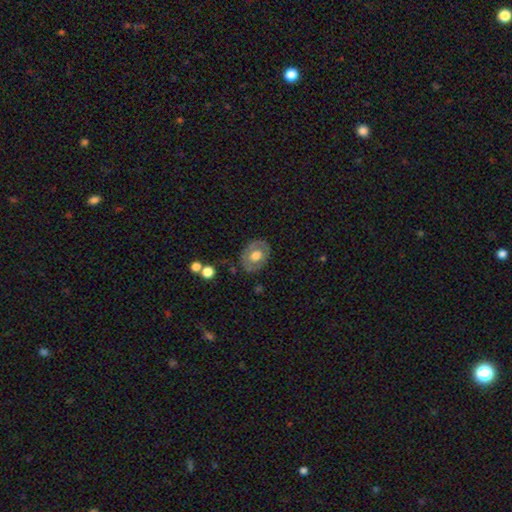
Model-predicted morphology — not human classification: A smooth galaxy with no disk features (53%) that is in between round and cigar-shaped (58%).

Vote fractions:
- Smooth or featured? smooth: 53% / featured or disk: 41% / star or artifact: 7%
- How rounded? in between: 58% / round: 41% / cigar-shaped: 1%
- Merging? none: 79% / minor disturbance: 14% / major disturbance: 5% / merger: 2%